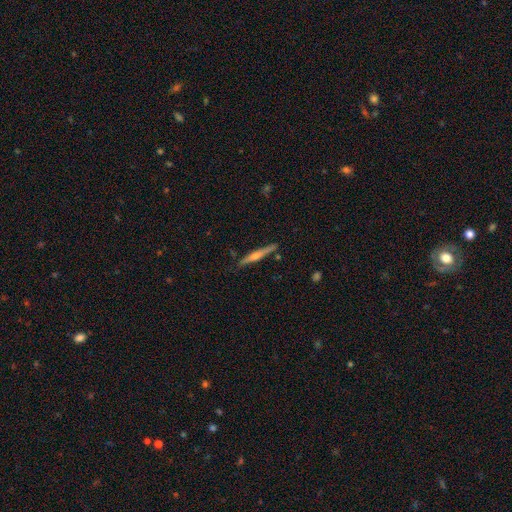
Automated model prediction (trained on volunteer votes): A featured or disk galaxy (74%) viewed edge-on (98%) with a rounded central bulge (86%). Merging: none (89%).